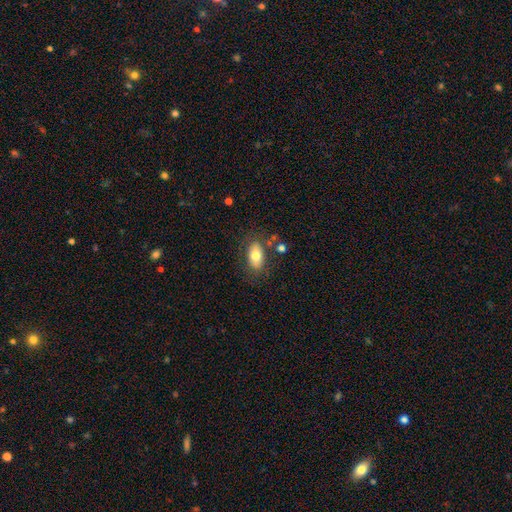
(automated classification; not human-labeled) Smooth or featured: smooth — 74% (featured or disk — 18%)
How rounded: in between — 91% (round — 6%)
Merging: none — 75% (minor disturbance — 14%)